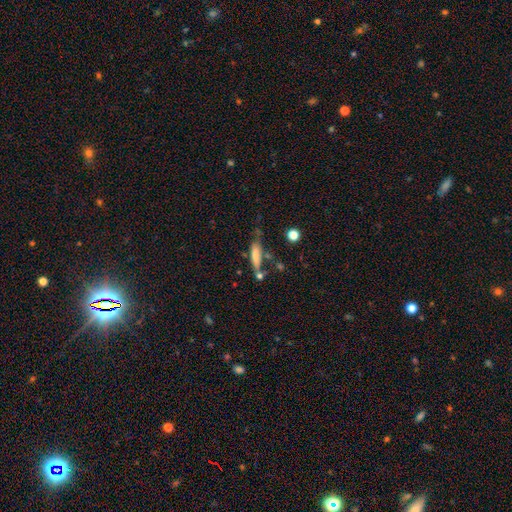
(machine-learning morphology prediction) Smooth or featured?
  - smooth: 70% *
  - featured or disk: 22%
  - star or artifact: 8%
How rounded?
  - cigar-shaped: 72% *
  - in between: 26%
  - round: 3%
Merging?
  - none: 53% *
  - minor disturbance: 22%
  - merger: 15%
  - major disturbance: 10%